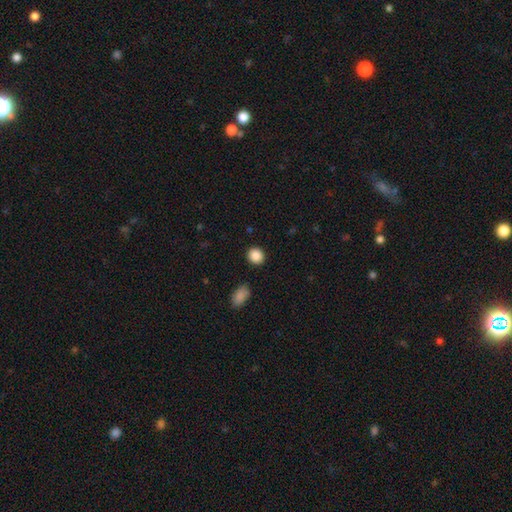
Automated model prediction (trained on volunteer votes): Overall: smooth (88%). How rounded: round (78%). Merging: none (90%).